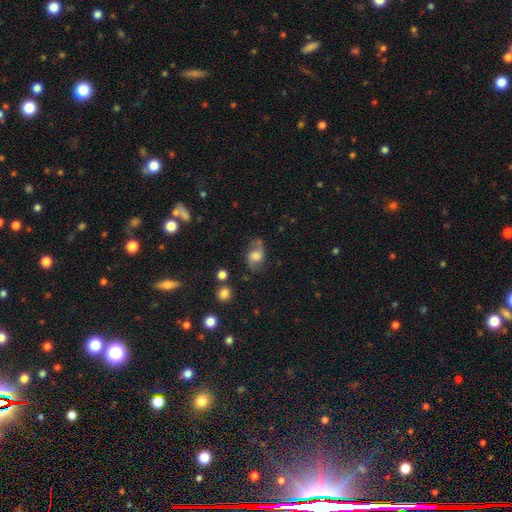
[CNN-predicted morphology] Smooth or featured: featured or disk — 54% (smooth — 35%)
Edge-on disk: no — 96% (yes — 4%)
Bar: no — 53% (weak — 38%)
Spiral arms: yes — 87% (no — 13%)
Bulge size: moderate — 35% (large — 27%)
Merging: none — 60% (minor disturbance — 23%)